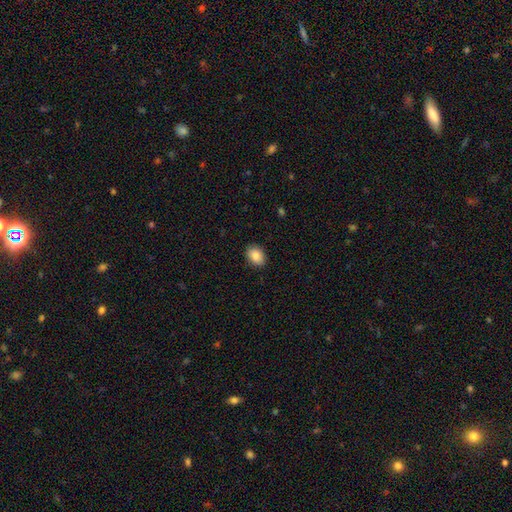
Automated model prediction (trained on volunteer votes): smooth 87%, star or artifact 8%, featured or disk 5%. Down the decision tree: how rounded — in between (71%); merging — none (87%).